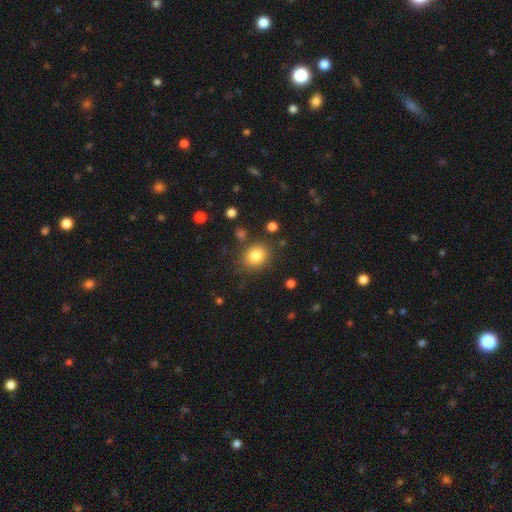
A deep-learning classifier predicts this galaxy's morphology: Smooth or featured? smooth (83%)
How rounded? round (65%)
Merging? none (82%)